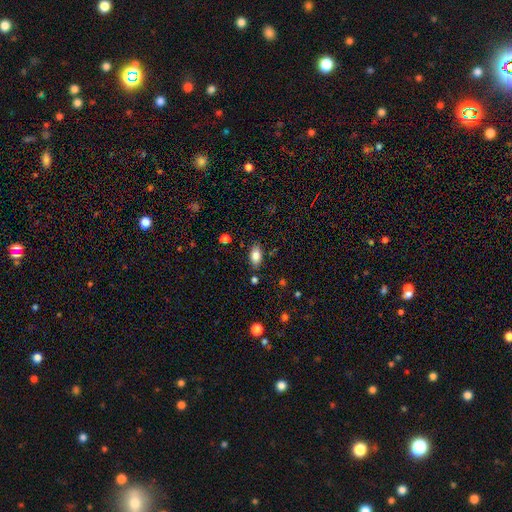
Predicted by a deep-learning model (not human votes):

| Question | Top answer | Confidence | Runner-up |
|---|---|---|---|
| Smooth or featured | smooth | 83% | star or artifact (8%) |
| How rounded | in between | 90% | cigar-shaped (5%) |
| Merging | none | 82% | minor disturbance (12%) |